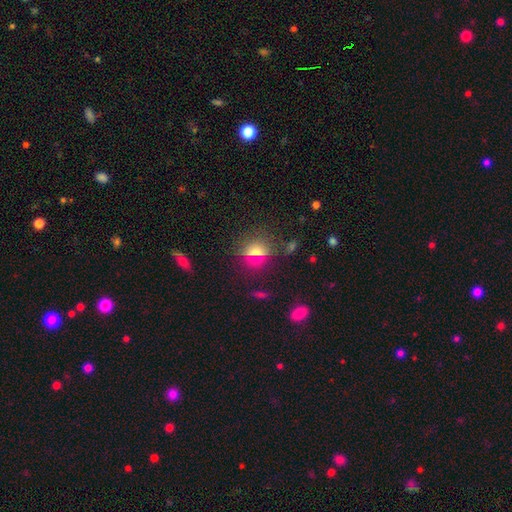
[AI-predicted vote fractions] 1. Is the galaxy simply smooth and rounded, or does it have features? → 63% smooth, 26% star or artifact, 11% featured or disk.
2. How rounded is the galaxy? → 81% round, 17% in between, 2% cigar-shaped.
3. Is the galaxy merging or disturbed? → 82% none, 10% minor disturbance, 4% major disturbance, 3% merger.